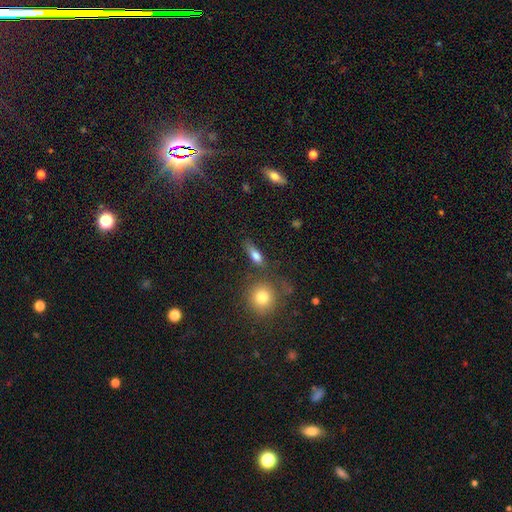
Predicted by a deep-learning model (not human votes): smooth 77%, featured or disk 13%, star or artifact 10%. Down the decision tree: how rounded — in between (57%); merging — none (68%).